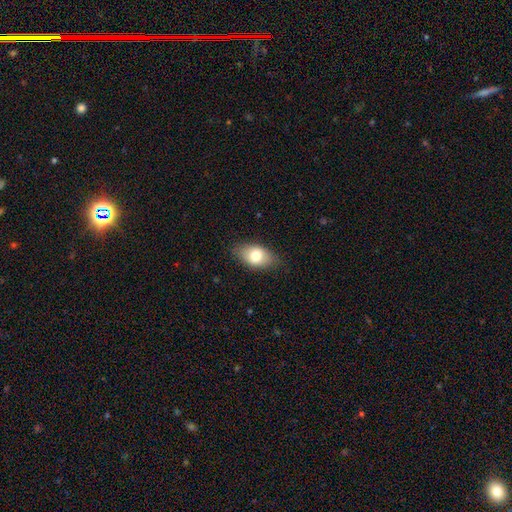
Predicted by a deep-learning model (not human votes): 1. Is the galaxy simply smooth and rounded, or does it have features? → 77% smooth, 16% featured or disk, 7% star or artifact.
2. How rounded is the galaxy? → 89% in between, 9% round, 2% cigar-shaped.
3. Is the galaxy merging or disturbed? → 81% none, 15% minor disturbance, 3% major disturbance, 1% merger.